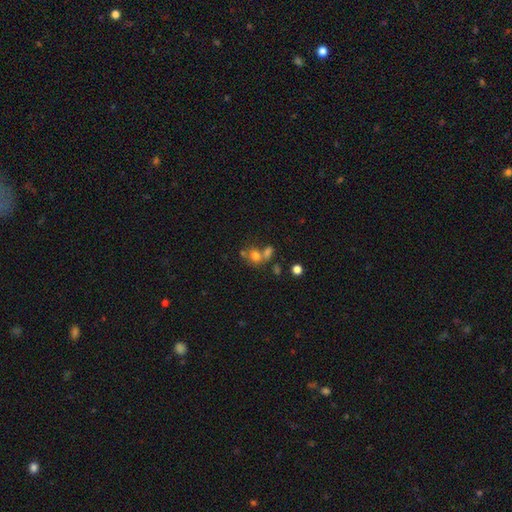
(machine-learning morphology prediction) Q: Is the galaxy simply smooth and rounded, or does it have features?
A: smooth — 68%.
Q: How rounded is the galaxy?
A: round — 63%.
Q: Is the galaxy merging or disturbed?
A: merger — 46%.